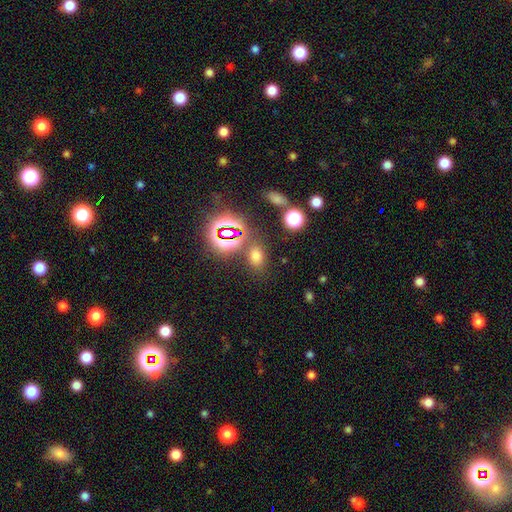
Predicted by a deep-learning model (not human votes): A smooth galaxy with no disk features (63%) that is in between round and cigar-shaped (74%).

Vote fractions:
- Smooth or featured? smooth: 63% / star or artifact: 29% / featured or disk: 7%
- How rounded? in between: 74% / round: 24% / cigar-shaped: 2%
- Merging? none: 76% / minor disturbance: 11% / merger: 9% / major disturbance: 5%